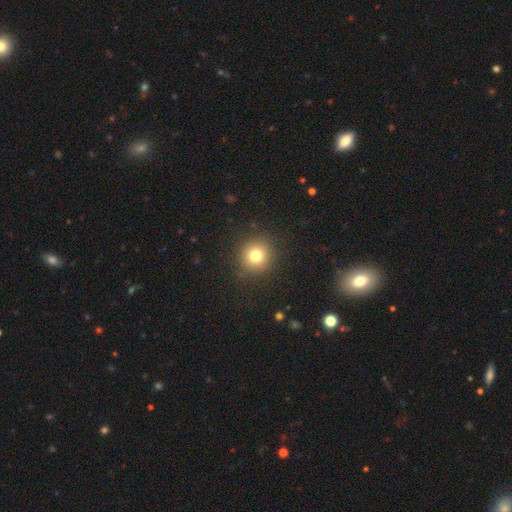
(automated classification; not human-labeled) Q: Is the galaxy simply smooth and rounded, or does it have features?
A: smooth — 80%.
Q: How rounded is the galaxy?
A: round — 90%.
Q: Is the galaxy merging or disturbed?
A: none — 89%.